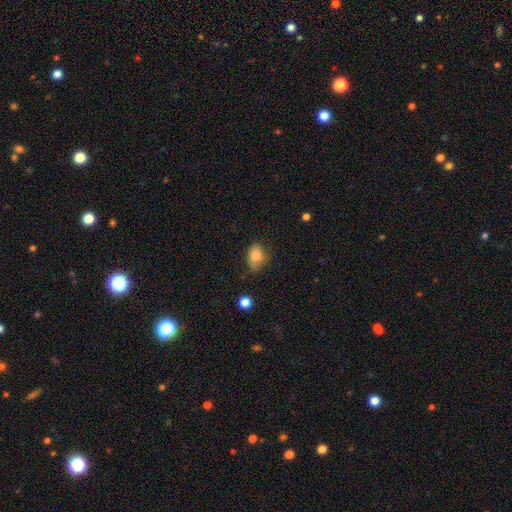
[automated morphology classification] Smooth or featured: smooth — 81% (featured or disk — 10%)
How rounded: in between — 81% (round — 17%)
Merging: none — 64% (minor disturbance — 28%)